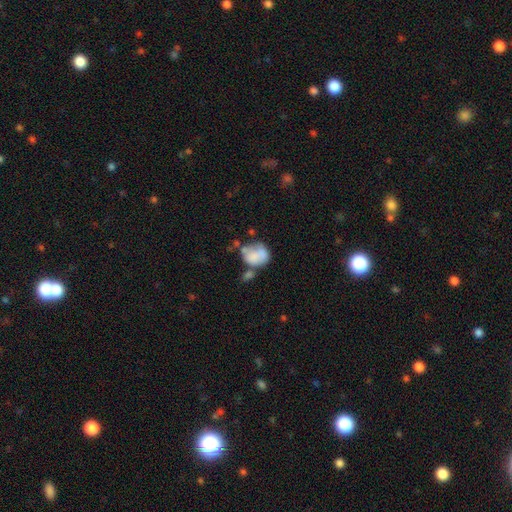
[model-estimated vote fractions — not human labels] Morphology: type=smooth (70%); roundness=round (52%); merging=merger (31%).